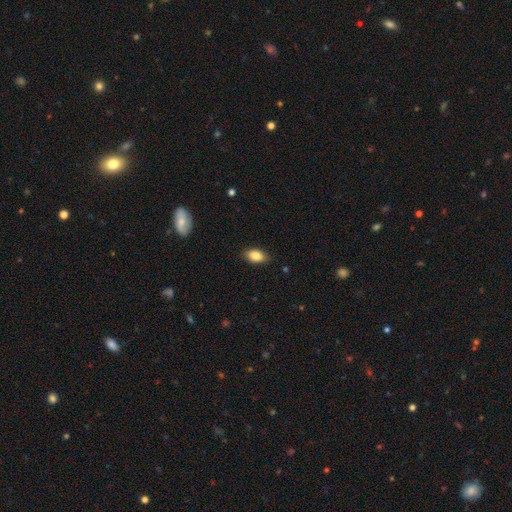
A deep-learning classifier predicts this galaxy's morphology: smooth-or-featured: smooth: 85% | star or artifact: 8% | featured or disk: 7%
  how-rounded: in between: 90% | round: 8% | cigar-shaped: 3%
  merging: none: 83% | minor disturbance: 13% | major disturbance: 2% | merger: 1%